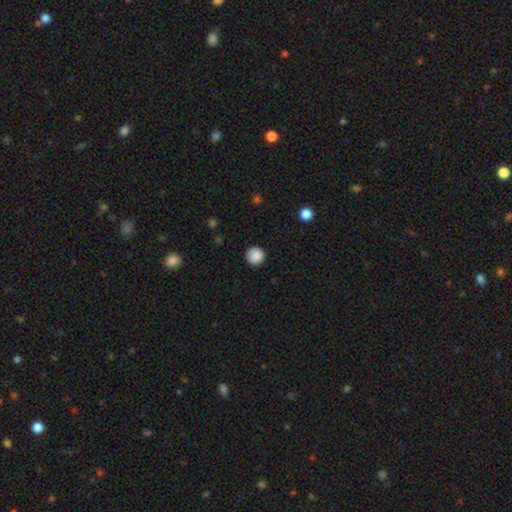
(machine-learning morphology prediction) type=smooth (88%); roundness=round (96%); merging=none (91%).